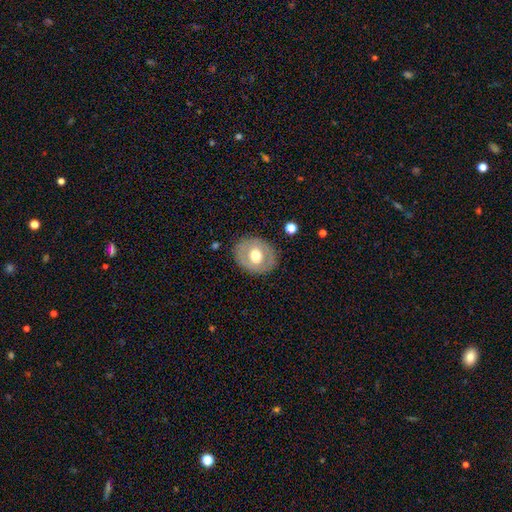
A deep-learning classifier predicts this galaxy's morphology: A smooth galaxy with no disk features (49%). Merging: none (84%).